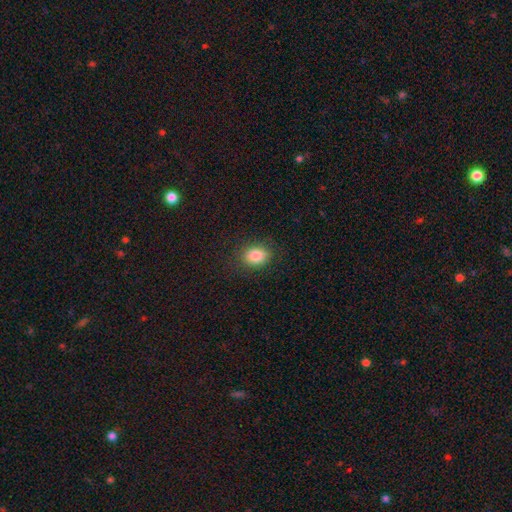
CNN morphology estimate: smooth-or-featured: smooth: 85% | star or artifact: 9% | featured or disk: 6%
  how-rounded: in between: 67% | round: 32% | cigar-shaped: 1%
  merging: none: 85% | minor disturbance: 10% | major disturbance: 3% | merger: 1%